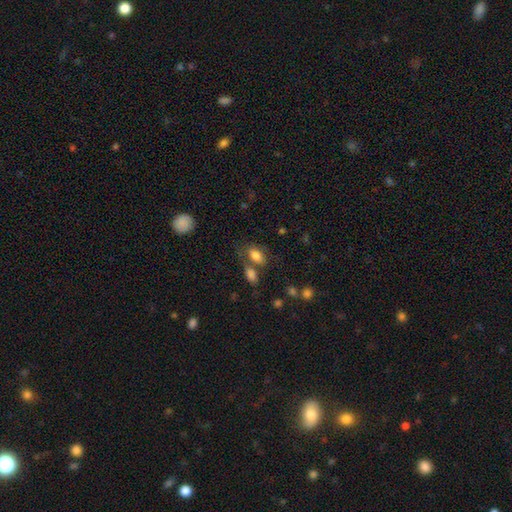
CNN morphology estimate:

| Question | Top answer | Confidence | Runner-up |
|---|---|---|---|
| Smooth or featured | smooth | 80% | featured or disk (11%) |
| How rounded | in between | 89% | round (8%) |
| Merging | none | 51% | merger (28%) |